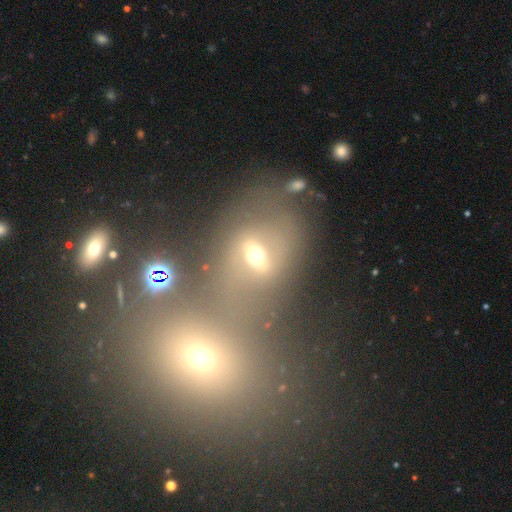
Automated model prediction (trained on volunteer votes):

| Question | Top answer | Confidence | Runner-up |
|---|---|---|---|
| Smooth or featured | smooth | 42% | featured or disk (34%) |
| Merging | merger | 47% | none (33%) |